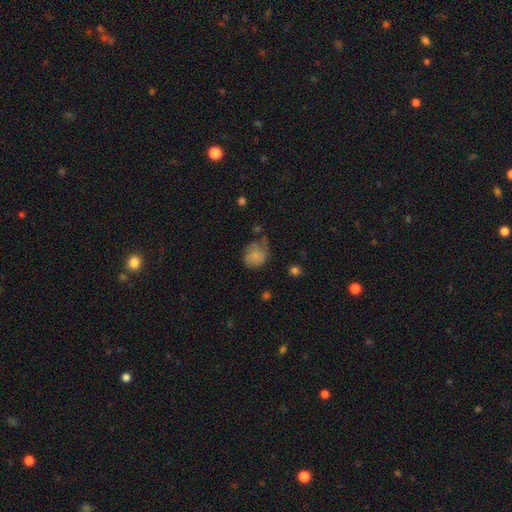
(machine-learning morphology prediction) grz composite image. It shows a smooth galaxy with no disk features (68%) that is round (62%). Merging: none (41%).